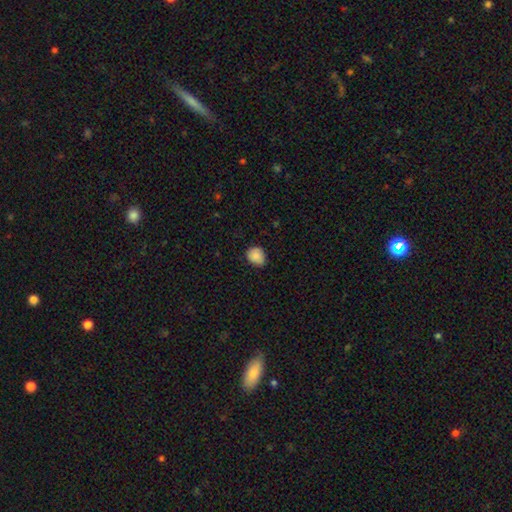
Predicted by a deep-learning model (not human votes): Smooth or featured? Predicted: smooth (p=0.86). How rounded? Predicted: round (p=0.60). Merging? Predicted: none (p=0.69).